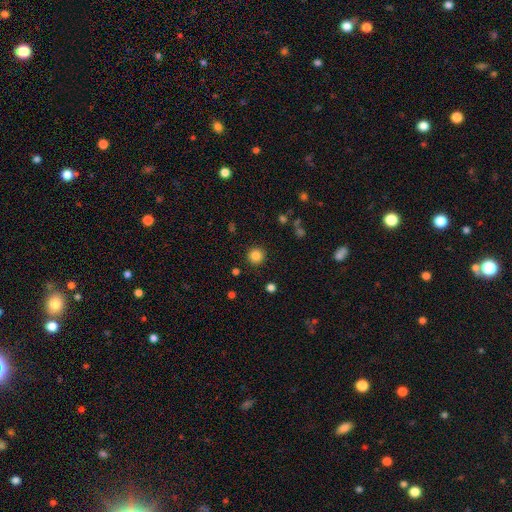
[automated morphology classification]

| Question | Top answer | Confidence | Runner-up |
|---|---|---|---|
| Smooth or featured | smooth | 84% | star or artifact (11%) |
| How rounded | round | 95% | in between (4%) |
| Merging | none | 91% | minor disturbance (5%) |